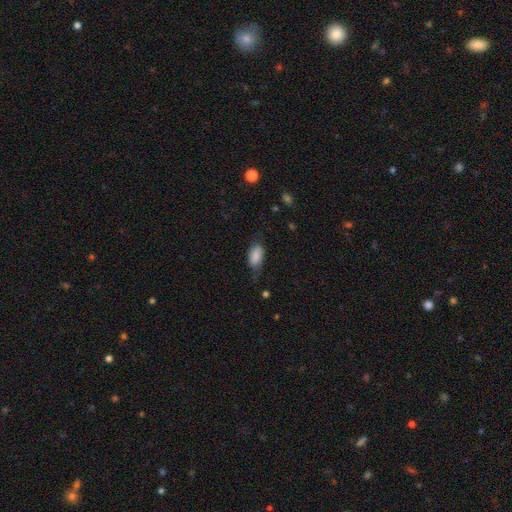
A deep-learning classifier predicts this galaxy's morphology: type=smooth (82%); roundness=in between (92%); merging=none (53%).